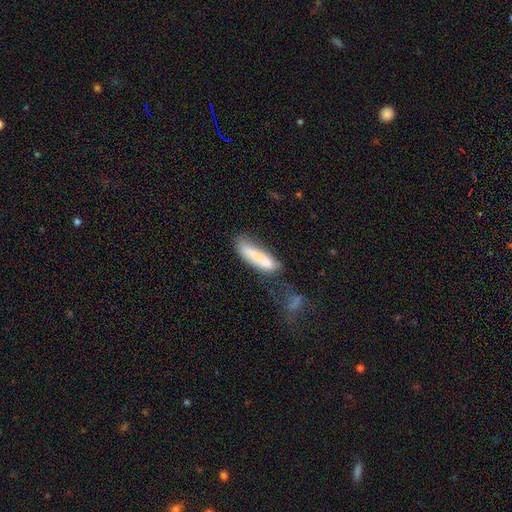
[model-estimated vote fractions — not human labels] This appears to be a smooth galaxy with no disk features (76%) that is cigar-shaped (70%). Merging: none (43%).